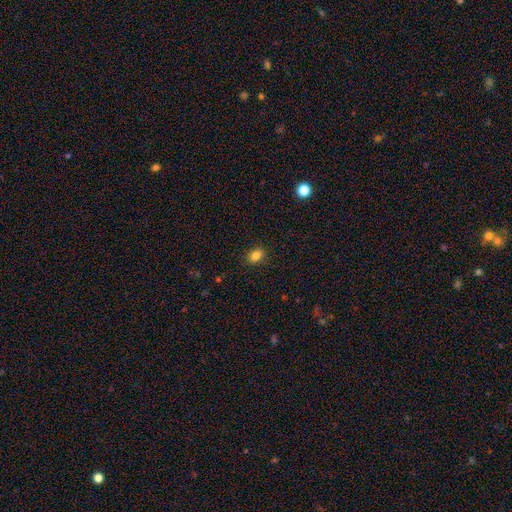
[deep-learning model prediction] This is clearly a smooth galaxy (84%). How rounded: likely in between (73%). Merging: clearly none (88%).